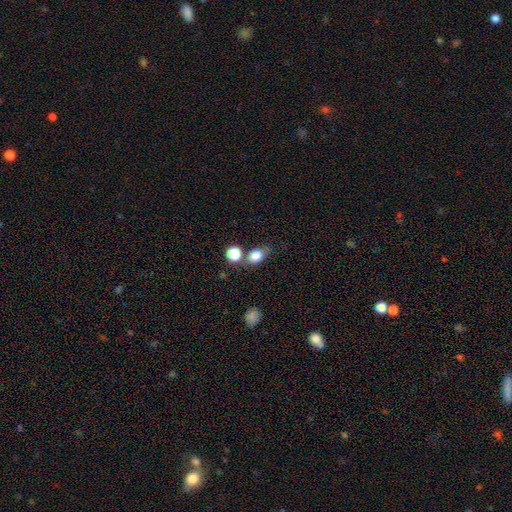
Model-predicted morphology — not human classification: A smooth galaxy with no disk features (81%) that is in between round and cigar-shaped (61%).

Vote fractions:
- Smooth or featured? smooth: 81% / star or artifact: 11% / featured or disk: 8%
- How rounded? in between: 61% / round: 37% / cigar-shaped: 2%
- Merging? none: 57% / merger: 19% / minor disturbance: 18% / major disturbance: 6%